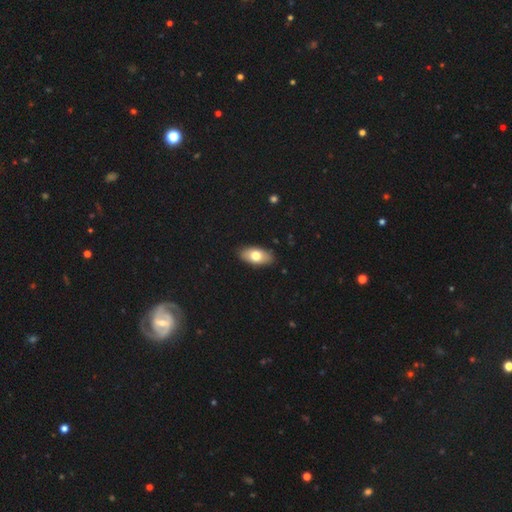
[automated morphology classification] Q: Smooth or featured?
A: smooth (73%); runner-up: featured or disk (21%)
Q: How rounded?
A: in between (91%); runner-up: cigar-shaped (6%)
Q: Merging?
A: none (88%); runner-up: minor disturbance (9%)